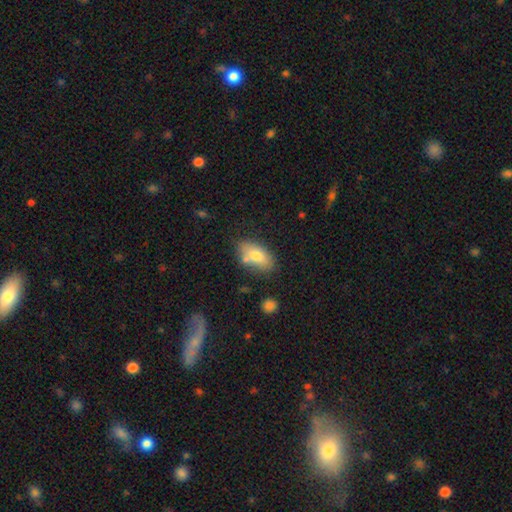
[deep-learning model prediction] Smooth or featured? smooth (74%)
How rounded? in between (90%)
Merging? none (68%)